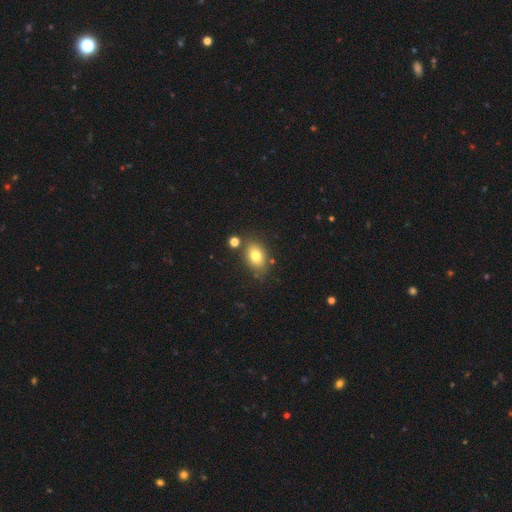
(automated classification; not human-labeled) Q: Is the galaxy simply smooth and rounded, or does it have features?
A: smooth — 78%.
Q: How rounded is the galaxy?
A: in between — 74%.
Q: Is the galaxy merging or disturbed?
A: none — 75%.